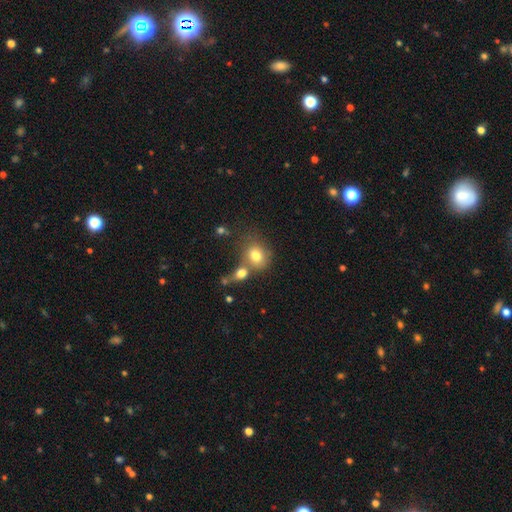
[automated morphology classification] This appears to be a smooth galaxy with no disk features (78%) that is round (64%). Merging: none (46%).